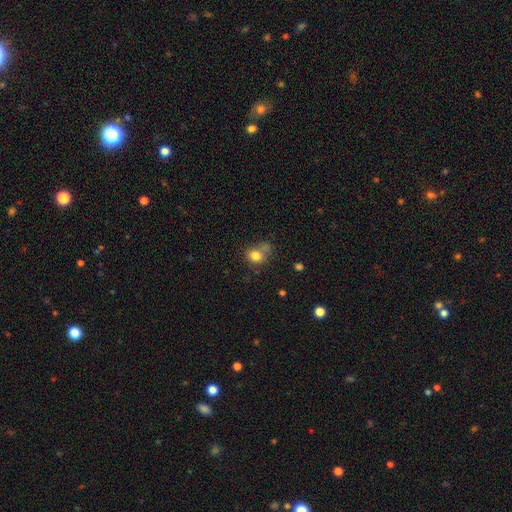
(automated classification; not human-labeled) Smooth or featured?
  - smooth: 80% *
  - star or artifact: 11%
  - featured or disk: 9%
How rounded?
  - round: 59% *
  - in between: 40%
  - cigar-shaped: 1%
Merging?
  - none: 47% *
  - merger: 23%
  - minor disturbance: 20%
  - major disturbance: 10%